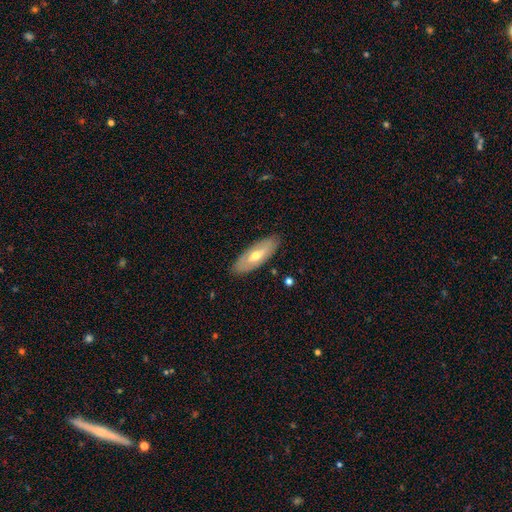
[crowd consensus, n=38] This appears to be a featured or disk galaxy (58%) with no bar (50%), no spiral arms (75%) and a moderate central bulge (56%). Merging: none (86%).